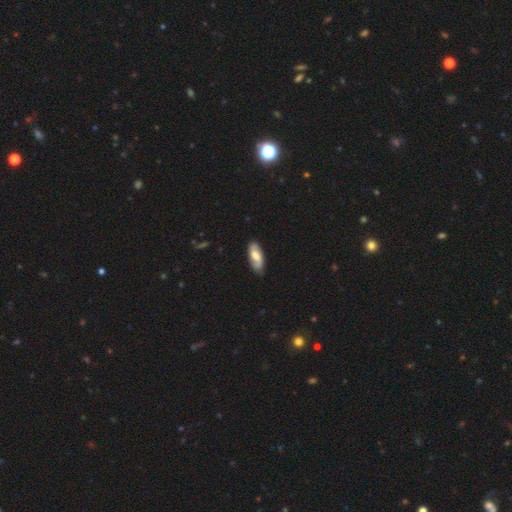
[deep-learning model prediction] Smooth or featured? Predicted: featured or disk (p=0.53). Edge-on disk? Predicted: no (p=0.87). Merging? Predicted: none (p=0.83).